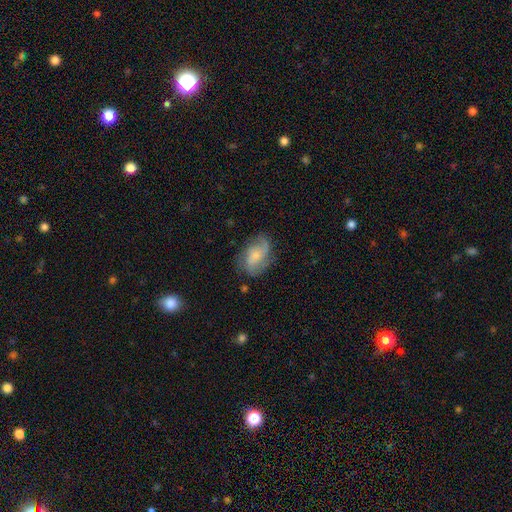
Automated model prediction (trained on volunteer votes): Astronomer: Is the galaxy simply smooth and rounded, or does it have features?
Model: featured or disk — 62%.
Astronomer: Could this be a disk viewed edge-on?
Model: no — 96%.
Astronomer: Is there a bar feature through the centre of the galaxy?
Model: no — 62%.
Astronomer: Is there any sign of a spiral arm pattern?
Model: yes — 89%.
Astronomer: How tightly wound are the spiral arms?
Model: medium — 43% (runner-up: loose, 35%).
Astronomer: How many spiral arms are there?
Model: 2 — 57%.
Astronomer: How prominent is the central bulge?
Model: small — 54% (runner-up: moderate, 30%).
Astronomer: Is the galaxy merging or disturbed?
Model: none — 64%.